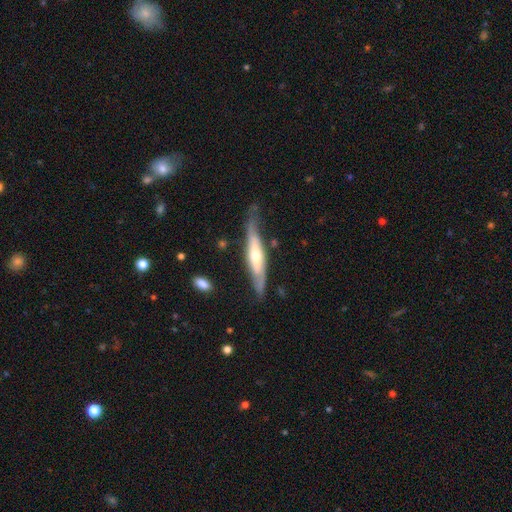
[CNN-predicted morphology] type=featured or disk (65%); edge-on=yes (76%); merging=none (65%).